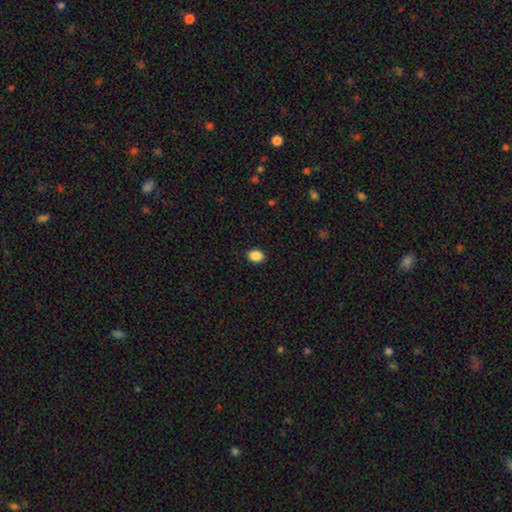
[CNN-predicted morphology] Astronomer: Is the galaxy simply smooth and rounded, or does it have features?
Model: smooth — 88%.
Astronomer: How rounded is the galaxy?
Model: in between — 69%.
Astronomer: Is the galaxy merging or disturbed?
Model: none — 90%.